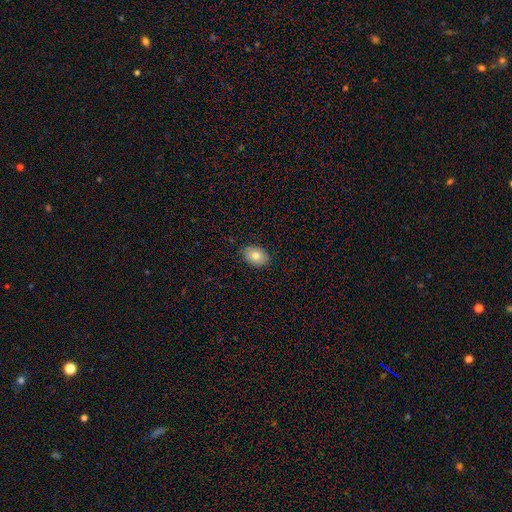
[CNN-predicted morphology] Q: Smooth or featured?
A: smooth (80%); runner-up: featured or disk (12%)
Q: How rounded?
A: in between (76%); runner-up: round (22%)
Q: Merging?
A: none (88%); runner-up: minor disturbance (9%)